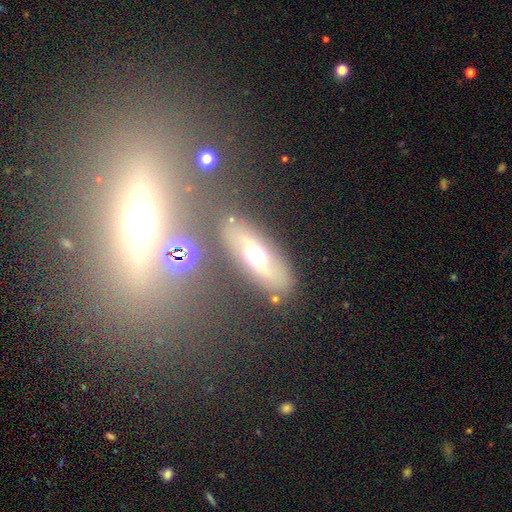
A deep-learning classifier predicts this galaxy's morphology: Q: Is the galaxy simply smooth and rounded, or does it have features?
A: featured or disk — 48%.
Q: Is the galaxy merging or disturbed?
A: none — 78%.